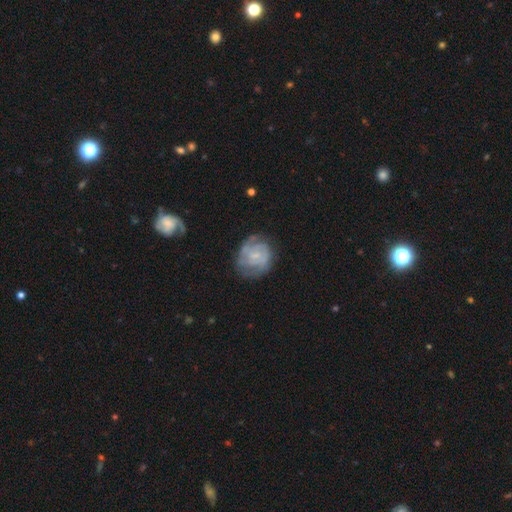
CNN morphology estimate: A featured or disk galaxy (72%) with no bar (50%), 2 (36%) tight (55%) spiral arms (87%) and a small central bulge (59%).

Vote fractions:
- Smooth or featured? featured or disk: 72% / smooth: 21% / star or artifact: 7%
- Edge-on disk? no: 98% / yes: 2%
- Bar? no: 50% / weak: 43% / strong: 7%
- Spiral arms? yes: 87% / no: 13%
- Spiral winding? tight: 55% / medium: 35% / loose: 10%
- Spiral arm count? 2: 36% / can't tell: 35% / 3: 16% / 1: 5% / 4: 5% / more than 4: 4%
- Bulge size? small: 59% / none: 19% / moderate: 19% / large: 2% / dominant: 1%
- Merging? none: 65% / minor disturbance: 22% / major disturbance: 12% / merger: 2%